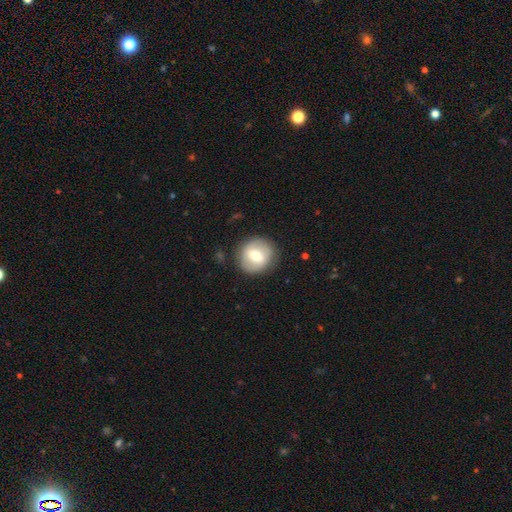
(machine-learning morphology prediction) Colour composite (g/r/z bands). It shows a smooth galaxy with no disk features (60%) that is round (86%). Merging: none (84%).